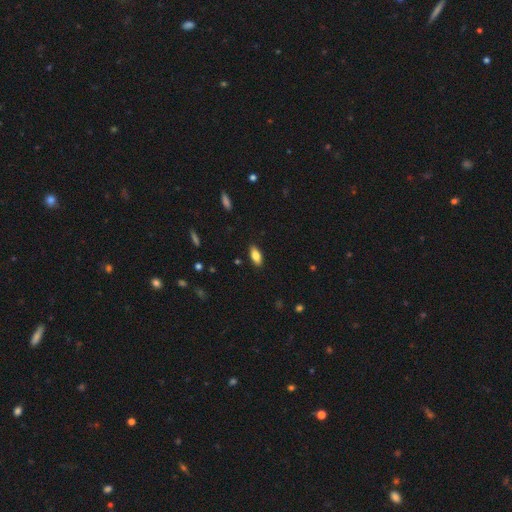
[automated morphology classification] The model was most divided on "smooth or featured": smooth: 82%, featured or disk: 11%, star or artifact: 7%. More confident: merging — none (88%); how rounded — in between (86%).